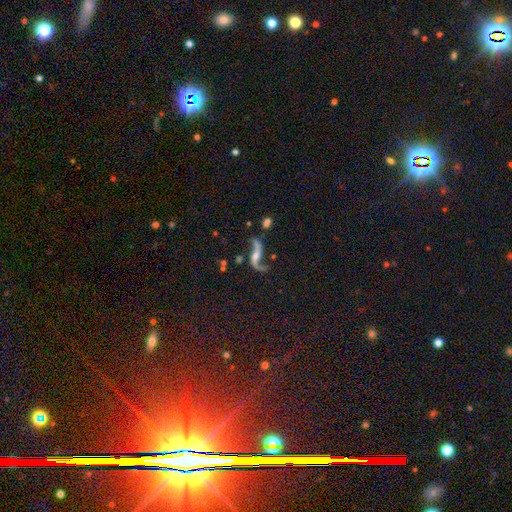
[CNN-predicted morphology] Smooth or featured? featured or disk (86%)
Edge-on disk? no (92%)
Bar? no (47%)
Spiral arms? yes (95%)
Spiral winding? loose (92%)
Spiral arm count? 2 (91%)
Bulge size? moderate (38%, tied with small)
Merging? none (63%)